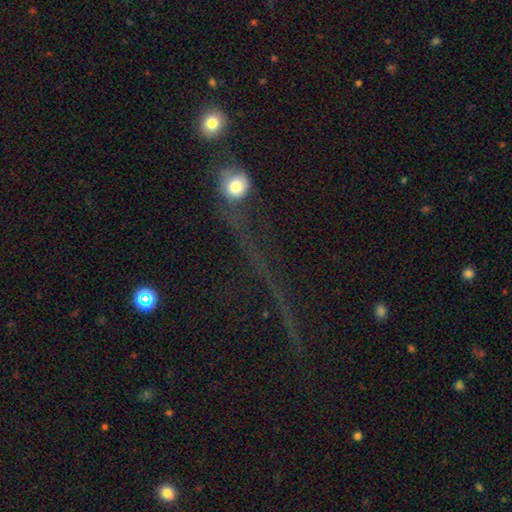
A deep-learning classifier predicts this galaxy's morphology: smooth_or_featured: star or artifact (p=0.48) [alt: smooth p=0.33]